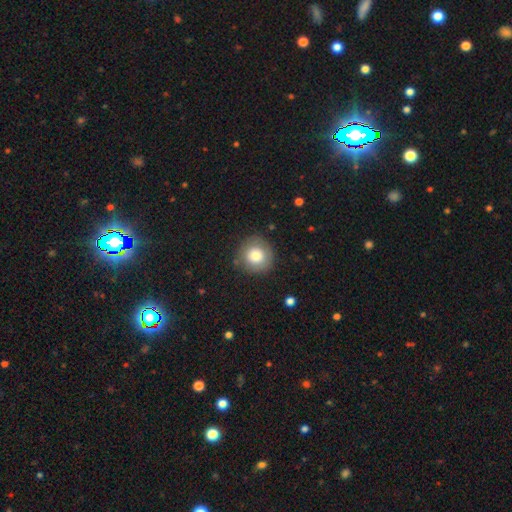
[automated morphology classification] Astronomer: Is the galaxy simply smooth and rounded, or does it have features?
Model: smooth — 77%.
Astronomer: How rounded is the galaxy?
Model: round — 94%.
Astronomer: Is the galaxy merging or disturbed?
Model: none — 84%.